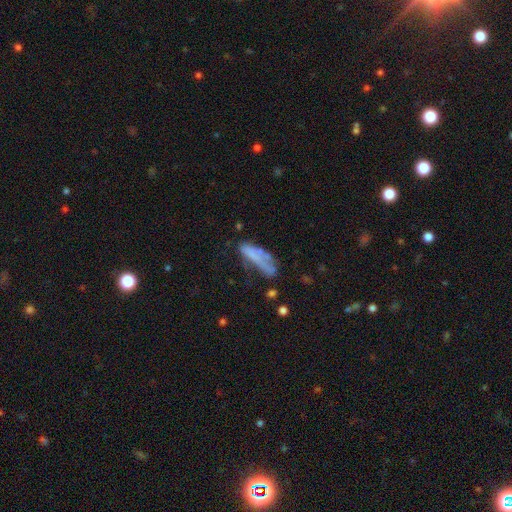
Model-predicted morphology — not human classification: A smooth galaxy with no disk features (58%) that is cigar-shaped (58%). Merging: none (36%).